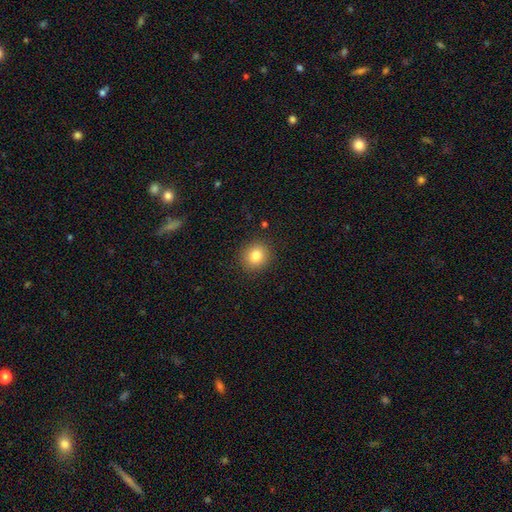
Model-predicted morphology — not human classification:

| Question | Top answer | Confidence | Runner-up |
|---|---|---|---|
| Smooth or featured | smooth | 82% | star or artifact (10%) |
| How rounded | round | 84% | in between (15%) |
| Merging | none | 90% | minor disturbance (7%) |